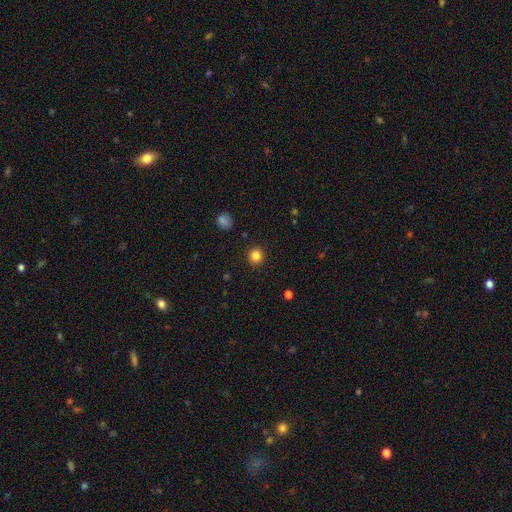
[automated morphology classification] This is clearly a smooth galaxy (84%). How rounded: clearly round (95%). Merging: clearly none (92%).